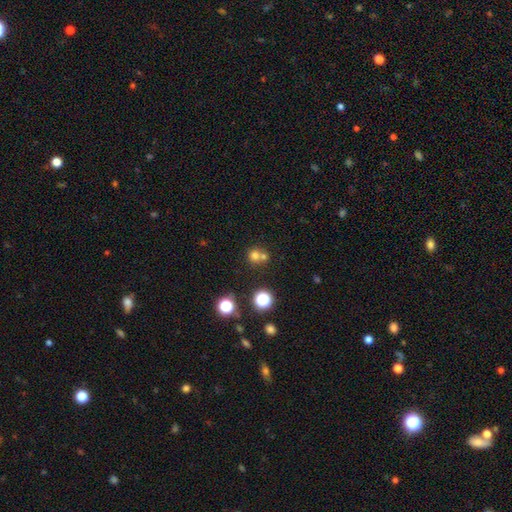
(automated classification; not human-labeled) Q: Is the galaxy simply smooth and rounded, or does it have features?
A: smooth — 69%.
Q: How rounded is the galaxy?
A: round — 88%.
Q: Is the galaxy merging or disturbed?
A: none — 50%.